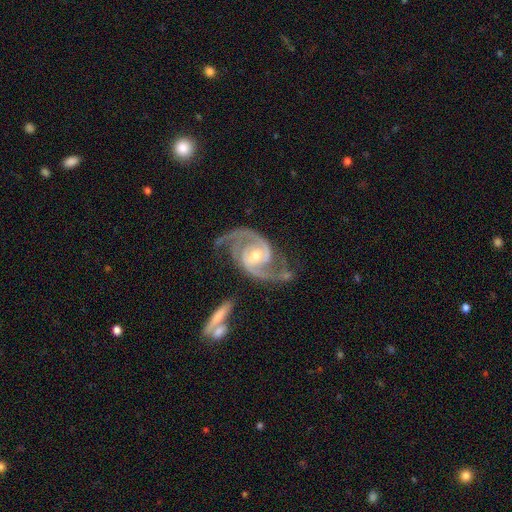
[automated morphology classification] Smooth or featured? featured or disk (93%)
Edge-on disk? no (97%)
Bar? no (42%)
Spiral arms? yes (98%)
Spiral winding? medium (58%)
Spiral arm count? 2 (90%)
Bulge size? moderate (62%)
Merging? none (69%)